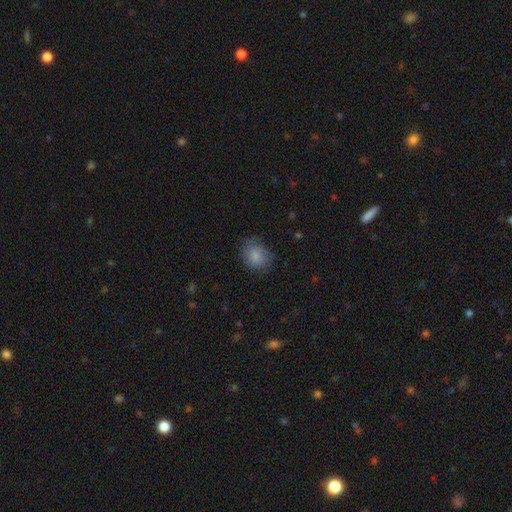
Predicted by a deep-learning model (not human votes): Smooth or featured: smooth — 84% (star or artifact — 8%)
How rounded: round — 55% (in between — 44%)
Merging: none — 73% (minor disturbance — 20%)